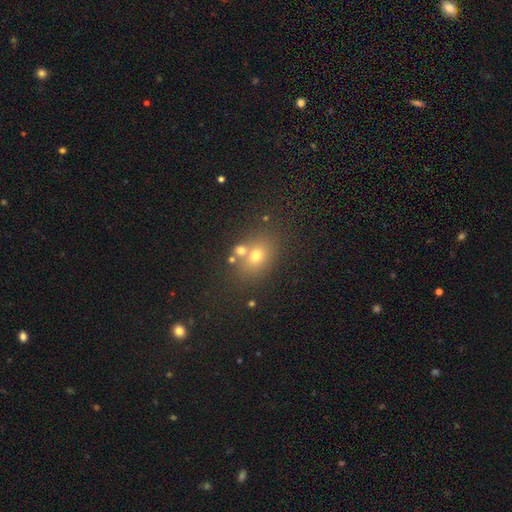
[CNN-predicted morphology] Smooth or featured? smooth (66%)
How rounded? in between (58%)
Merging? none (60%)